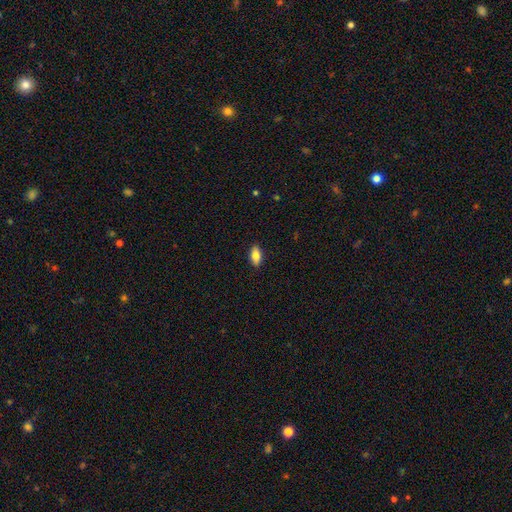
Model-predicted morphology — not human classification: A smooth galaxy with no disk features (82%) that is in between round and cigar-shaped (88%). Merging: none (90%).